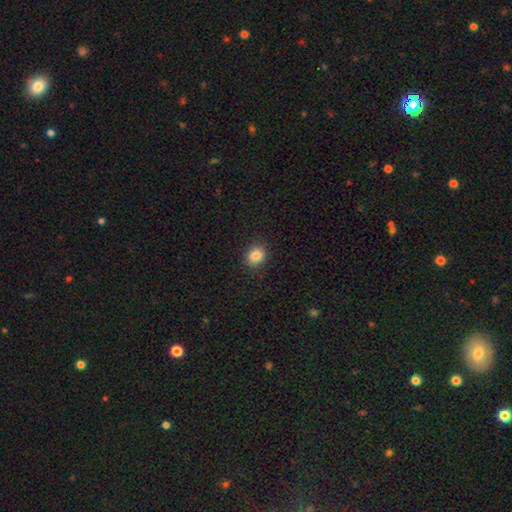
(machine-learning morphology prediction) Smooth or featured? Predicted: smooth (p=0.85). How rounded? Predicted: round (p=0.68). Merging? Predicted: none (p=0.89).